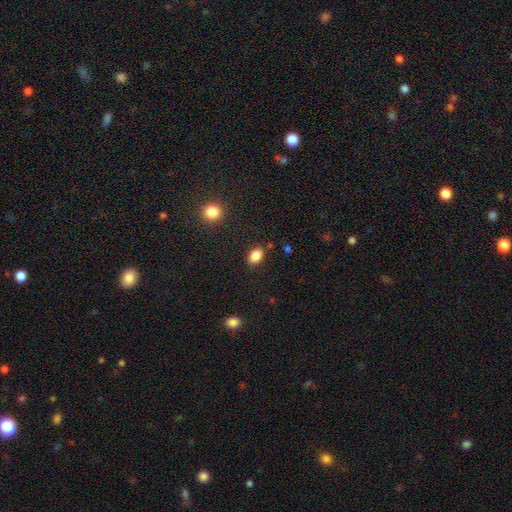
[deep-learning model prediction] Smooth or featured? smooth (86%)
How rounded? in between (78%)
Merging? none (85%)